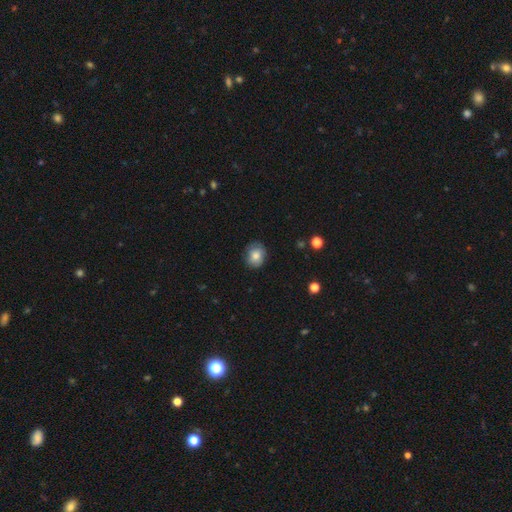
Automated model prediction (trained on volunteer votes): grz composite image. It shows a smooth galaxy with no disk features (77%) that is round (60%). Merging: none (80%).